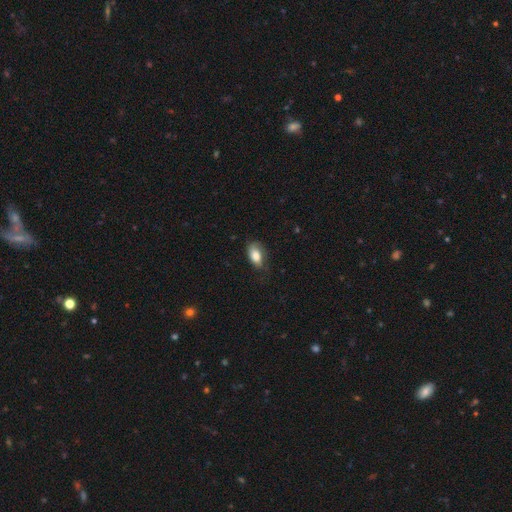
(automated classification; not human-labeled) Smooth or featured?
  - smooth: 82% *
  - featured or disk: 11%
  - star or artifact: 7%
How rounded?
  - in between: 91% *
  - round: 5%
  - cigar-shaped: 3%
Merging?
  - none: 65% *
  - minor disturbance: 26%
  - major disturbance: 8%
  - merger: 1%